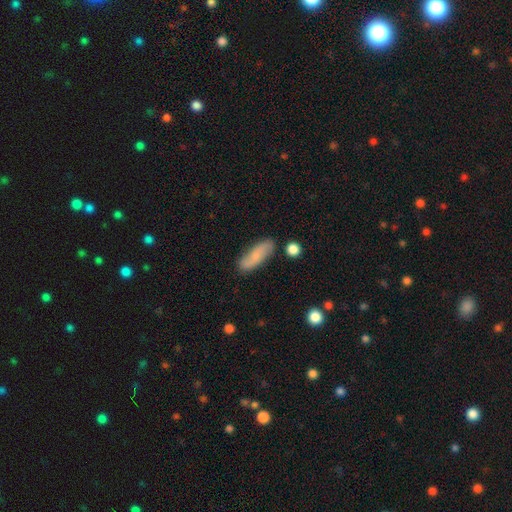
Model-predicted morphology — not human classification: Smooth or featured? smooth (64%)
How rounded? in between (55%)
Merging? none (77%)